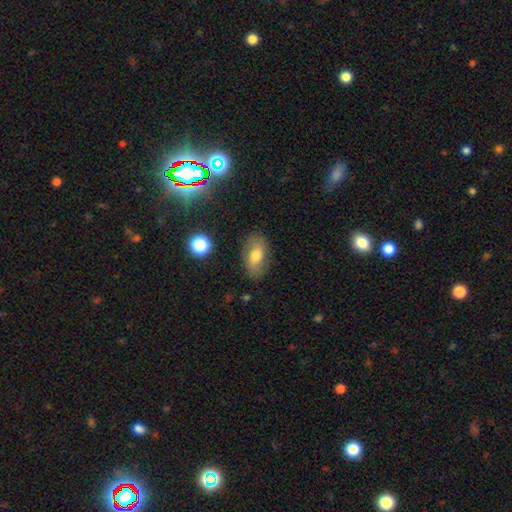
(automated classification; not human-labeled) smooth-or-featured: smooth: 64% | featured or disk: 27% | star or artifact: 9%
  how-rounded: in between: 90% | round: 8% | cigar-shaped: 3%
  merging: none: 79% | minor disturbance: 15% | major disturbance: 4% | merger: 2%